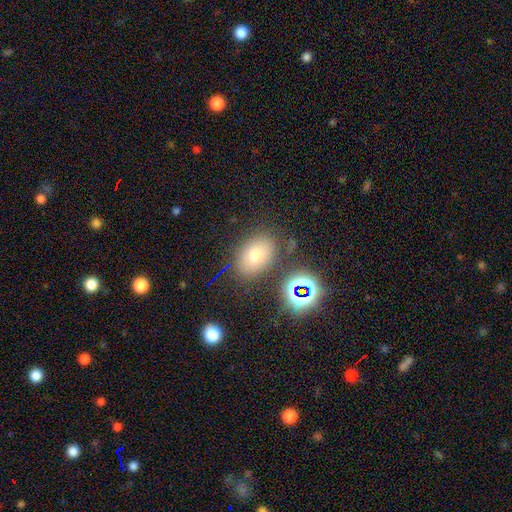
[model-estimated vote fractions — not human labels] Smooth or featured? Predicted: smooth (p=0.68). How rounded? Predicted: in between (p=0.74). Merging? Predicted: none (p=0.79).